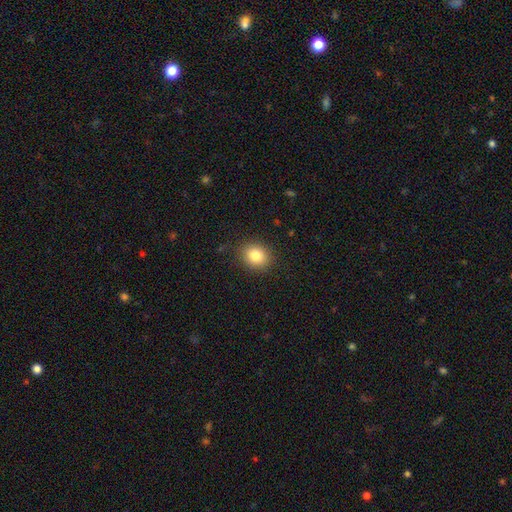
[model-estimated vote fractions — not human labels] This is clearly a smooth galaxy (83%). How rounded: likely round (68%). Merging: clearly none (88%).